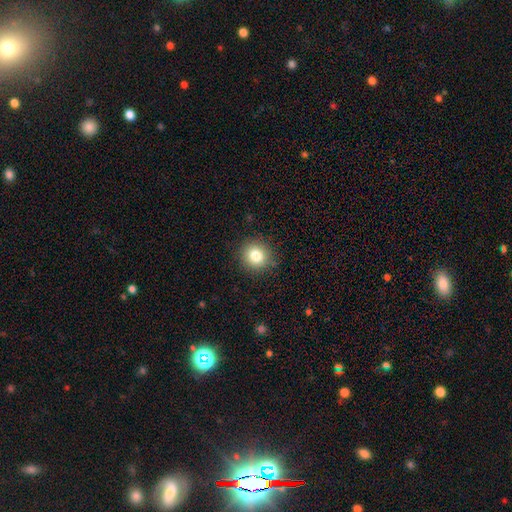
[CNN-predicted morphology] Smooth or featured? Predicted: smooth (p=0.81). How rounded? Predicted: round (p=0.90). Merging? Predicted: none (p=0.89).